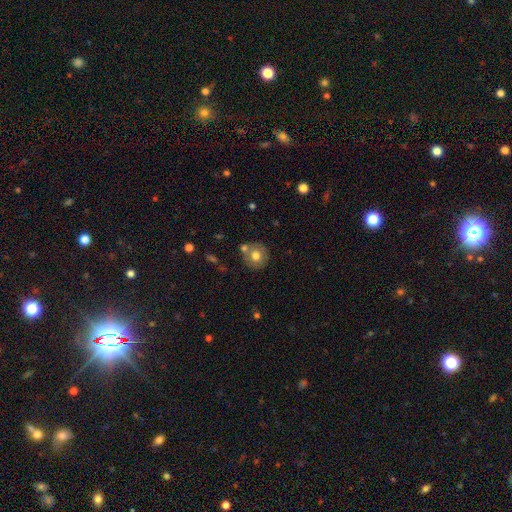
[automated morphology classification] This appears to be a smooth galaxy with no disk features (70%) that is round (90%). Merging: none (66%).